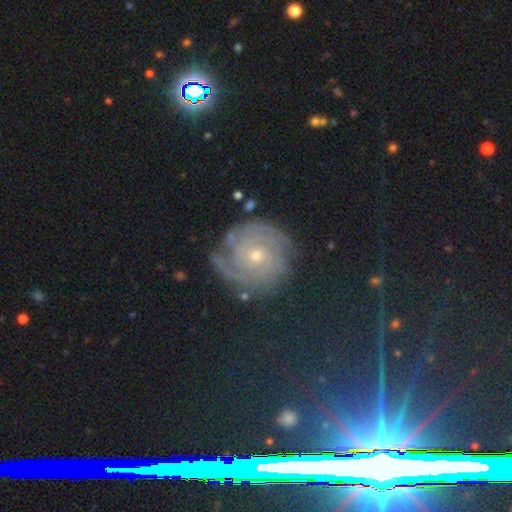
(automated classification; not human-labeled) Smooth or featured? featured or disk (78%)
Edge-on disk? no (97%)
Bar? no (78%)
Spiral arms? yes (95%)
Spiral winding? tight (80%)
Spiral arm count? can't tell (32%)
Bulge size? small (62%)
Merging? none (75%)